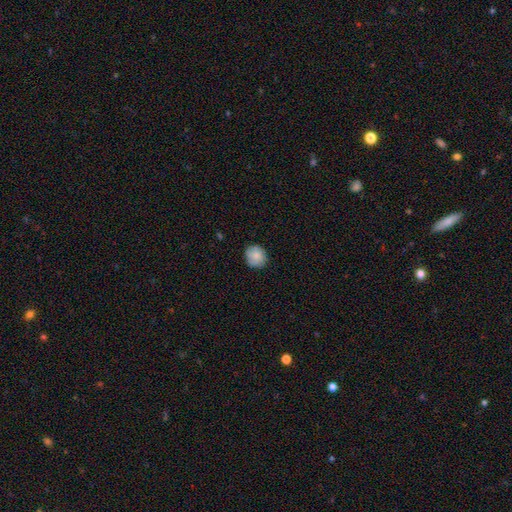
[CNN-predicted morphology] smooth 83%, featured or disk 10%, star or artifact 7%. Down the decision tree: how rounded — round (82%); merging — none (84%).